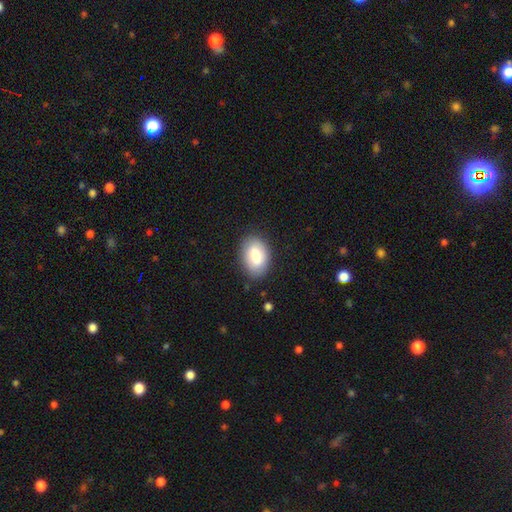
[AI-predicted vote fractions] Morphology: type=smooth (78%); roundness=in between (87%); merging=none (85%).